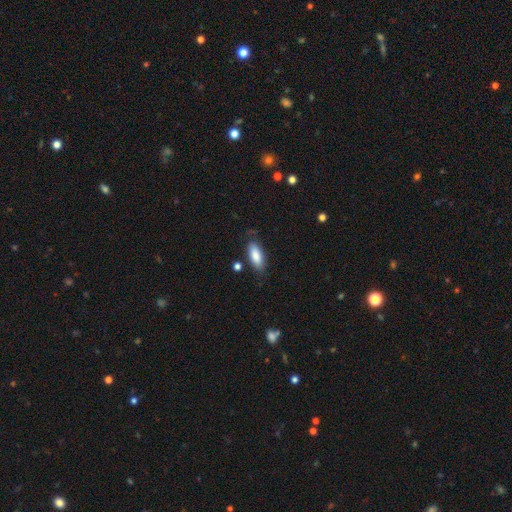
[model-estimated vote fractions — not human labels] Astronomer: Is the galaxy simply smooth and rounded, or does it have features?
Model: smooth — 83%.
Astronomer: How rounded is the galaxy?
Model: in between — 77%.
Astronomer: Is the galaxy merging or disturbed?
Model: none — 76%.